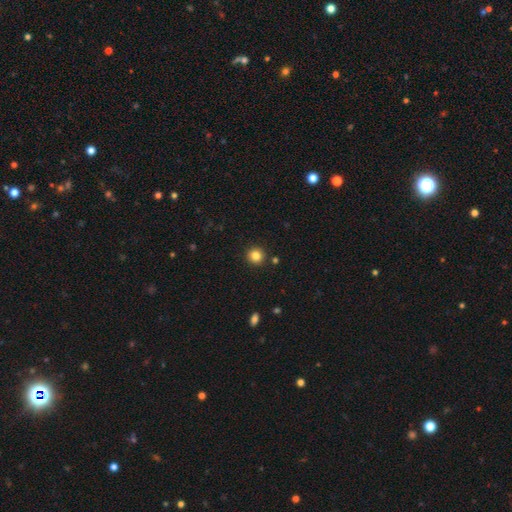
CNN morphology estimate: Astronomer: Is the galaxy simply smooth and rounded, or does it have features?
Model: smooth — 83%.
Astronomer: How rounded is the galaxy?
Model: round — 94%.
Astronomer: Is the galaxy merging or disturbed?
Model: none — 91%.